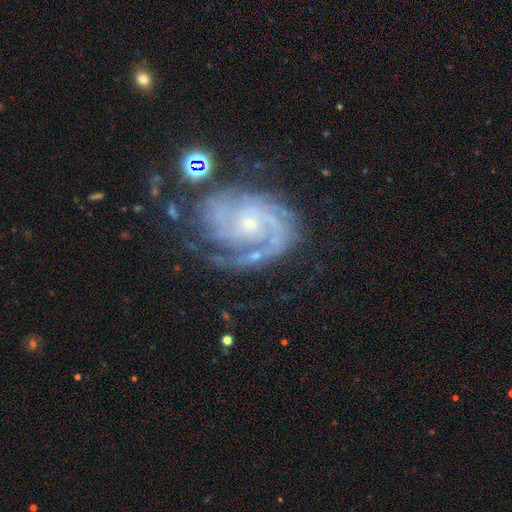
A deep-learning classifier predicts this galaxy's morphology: Overall: featured or disk (89%). Edge-on disk: no (98%). Bar: no (70%). Spiral arms: yes (98%). Spiral arm count: 2 (38%; 3 21%). Spiral winding: tight (60%; medium 32%). Bulge size: small (74%). Merging: none (59%; minor disturbance 21%).